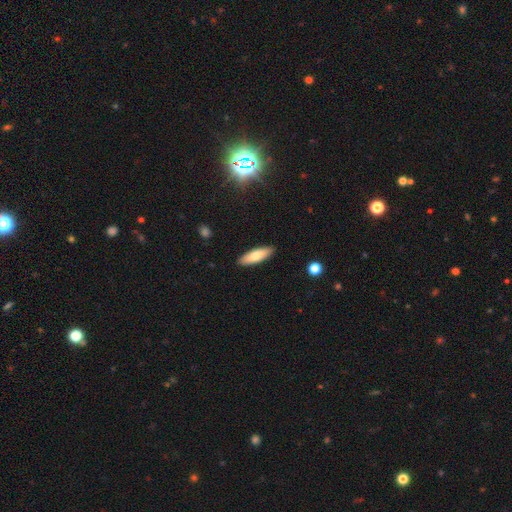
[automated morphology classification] The model was most divided on "how rounded": in between: 50%, cigar-shaped: 48%, round: 2%. More confident: merging — none (90%); smooth or featured — smooth (73%).